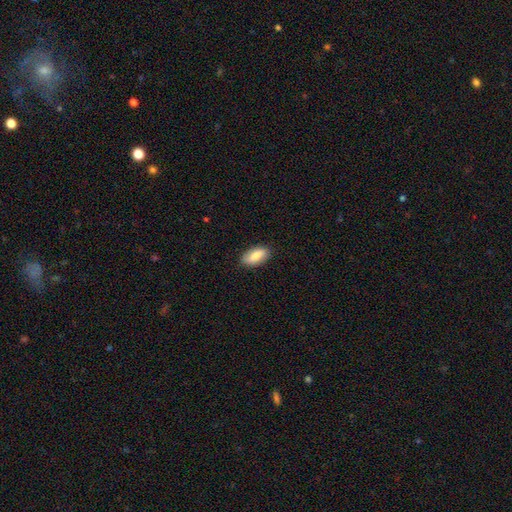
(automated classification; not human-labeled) This is clearly a smooth galaxy (80%). How rounded: clearly in between (90%). Merging: clearly none (88%).